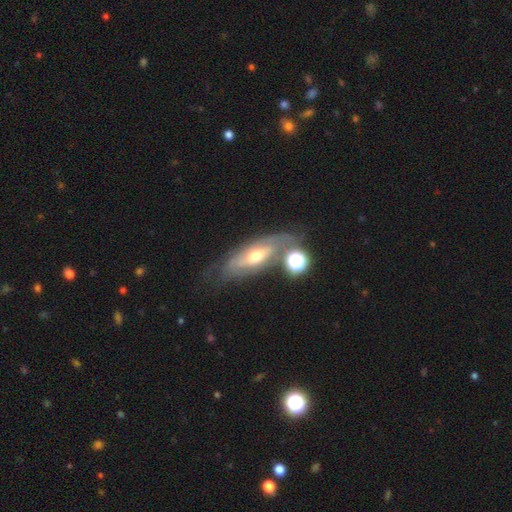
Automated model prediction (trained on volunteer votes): A featured or disk galaxy (63%).

Vote fractions:
- Smooth or featured? featured or disk: 63% / smooth: 27% / star or artifact: 10%
- Edge-on disk? no: 76% / yes: 24%
- Merging? none: 52% / minor disturbance: 22% / major disturbance: 14% / merger: 12%